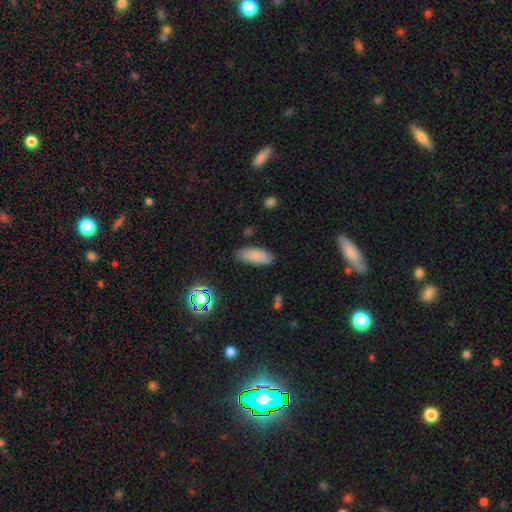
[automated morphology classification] Smooth or featured? smooth (84%)
How rounded? in between (79%)
Merging? none (82%)